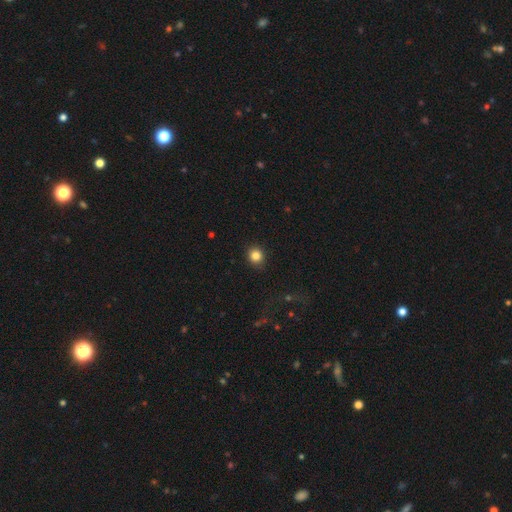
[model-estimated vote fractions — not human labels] This appears to be a smooth galaxy with no disk features (84%) that is round (86%). Merging: none (89%).